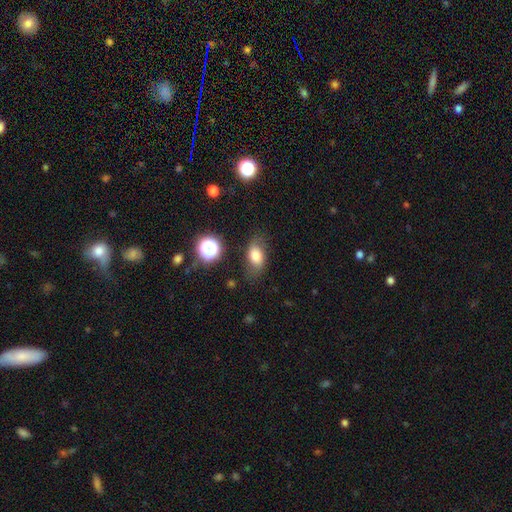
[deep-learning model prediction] Smooth or featured: smooth — 74% (featured or disk — 15%)
How rounded: in between — 83% (round — 14%)
Merging: none — 71% (minor disturbance — 20%)